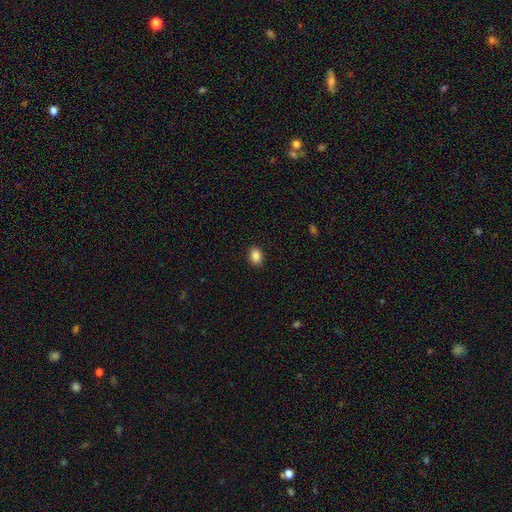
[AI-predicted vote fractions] smooth 88%, star or artifact 9%, featured or disk 4%. Down the decision tree: how rounded — in between (71%); merging — none (89%).